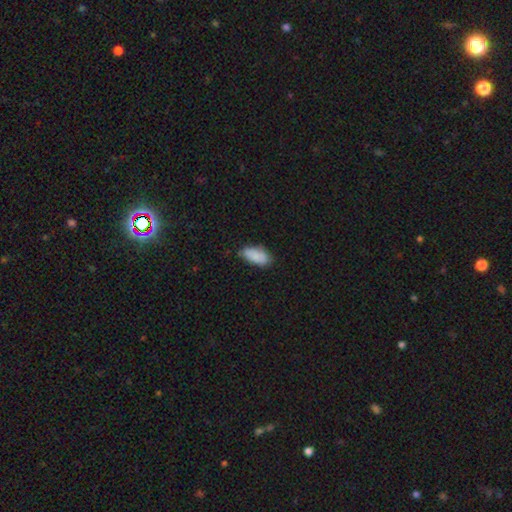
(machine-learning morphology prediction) smooth_or_featured: smooth (p=0.87) [alt: star or artifact p=0.07]
how_rounded: in between (p=0.88) [alt: cigar-shaped p=0.10]
merging: none (p=0.68) [alt: minor disturbance p=0.25]